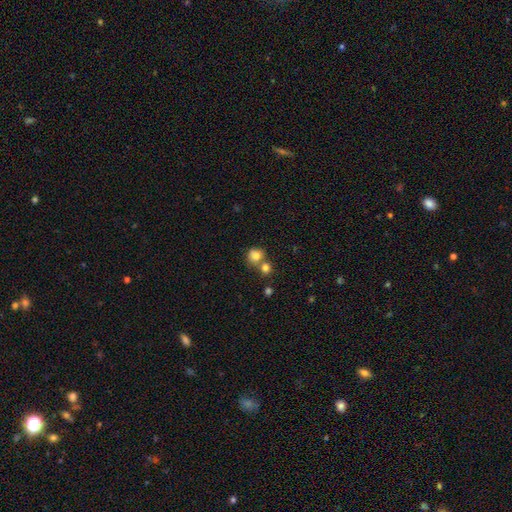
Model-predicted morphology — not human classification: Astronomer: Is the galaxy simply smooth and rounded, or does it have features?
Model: smooth — 79%.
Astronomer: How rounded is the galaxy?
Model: round — 85%.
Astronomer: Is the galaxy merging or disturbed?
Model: none — 50% (runner-up: merger, 39%).